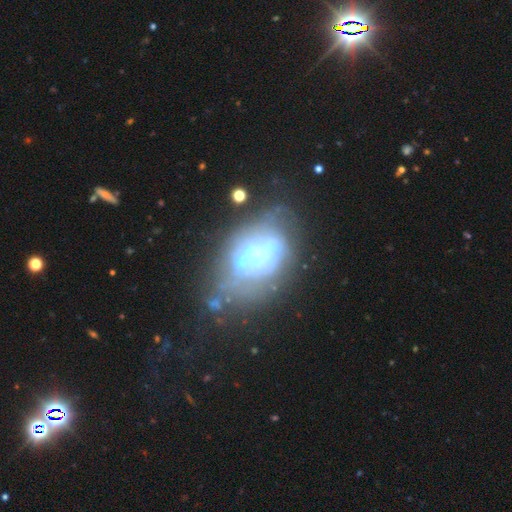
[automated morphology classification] The model was most divided on "merging": none: 34%, major disturbance: 27%, merger: 21%, minor disturbance: 18%. Remaining: edge-on disk — no (95%); spiral arms — no (90%); bar — no (86%); smooth or featured — featured or disk (60%); bulge size — none (32%).